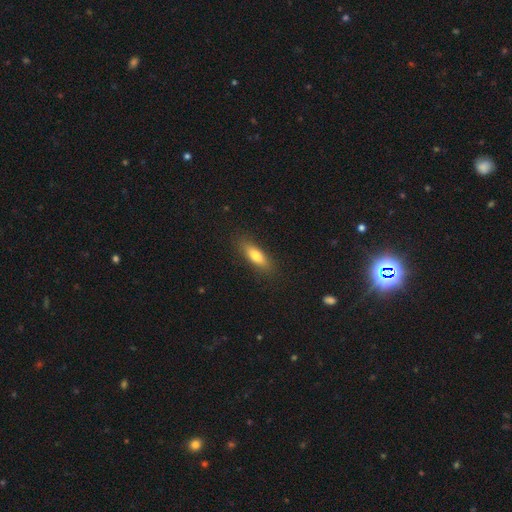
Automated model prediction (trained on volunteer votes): This is likely a smooth galaxy (77%). How rounded: possibly in between (57%). Merging: clearly none (85%).